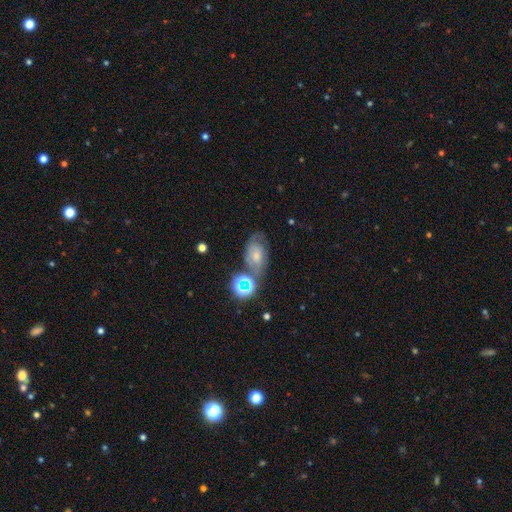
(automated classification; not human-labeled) Q: Smooth or featured?
A: smooth (46%); runner-up: featured or disk (35%)
Q: Merging?
A: none (47%); runner-up: minor disturbance (26%)